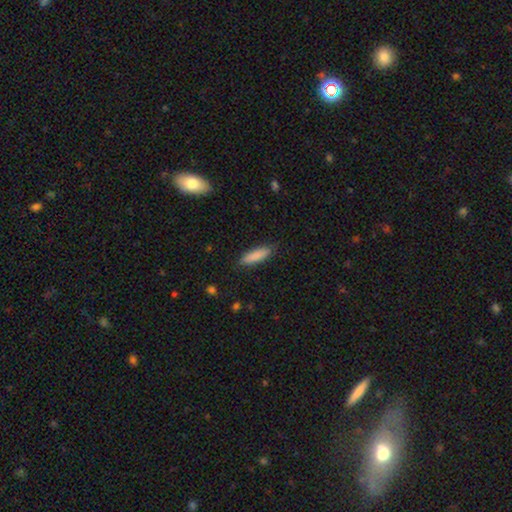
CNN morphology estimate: This is clearly a smooth galaxy (87%). How rounded: likely cigar-shaped (61%). Merging: clearly none (84%).